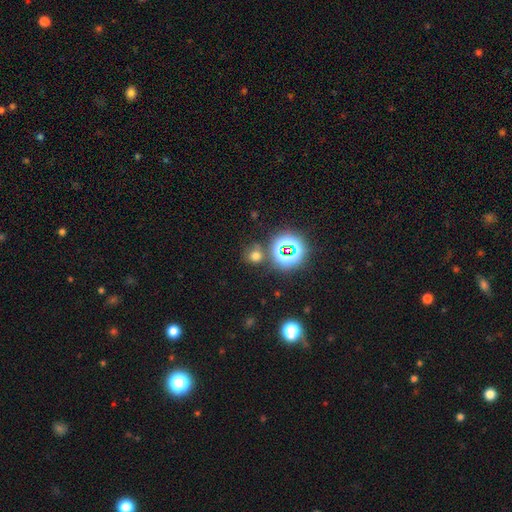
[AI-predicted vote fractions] smooth-or-featured: smooth: 61% | star or artifact: 32% | featured or disk: 7%
  how-rounded: round: 85% | in between: 14% | cigar-shaped: 1%
  merging: none: 74% | minor disturbance: 11% | merger: 10% | major disturbance: 5%